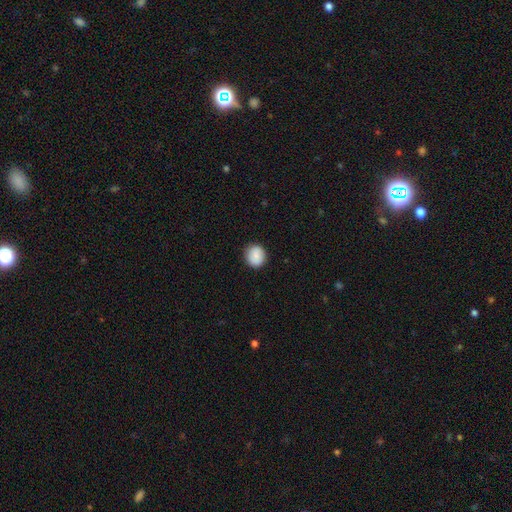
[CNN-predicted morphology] A smooth galaxy with no disk features (85%) that is round (85%).

Vote fractions:
- Smooth or featured? smooth: 85% / star or artifact: 8% / featured or disk: 7%
- How rounded? round: 85% / in between: 14% / cigar-shaped: 1%
- Merging? none: 89% / minor disturbance: 8% / major disturbance: 2% / merger: 1%